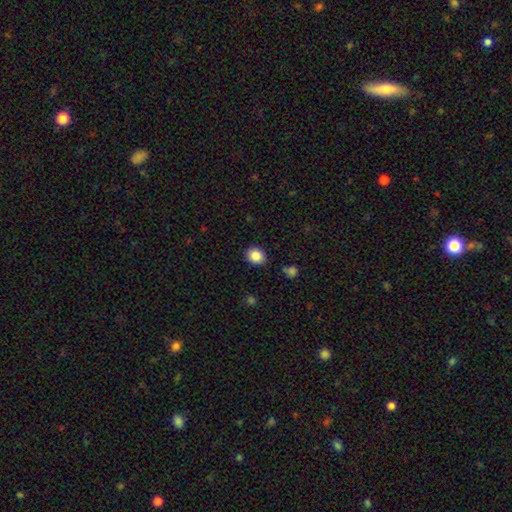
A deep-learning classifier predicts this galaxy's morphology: Overall: smooth (86%). How rounded: round (63%; in between 36%). Merging: none (86%).